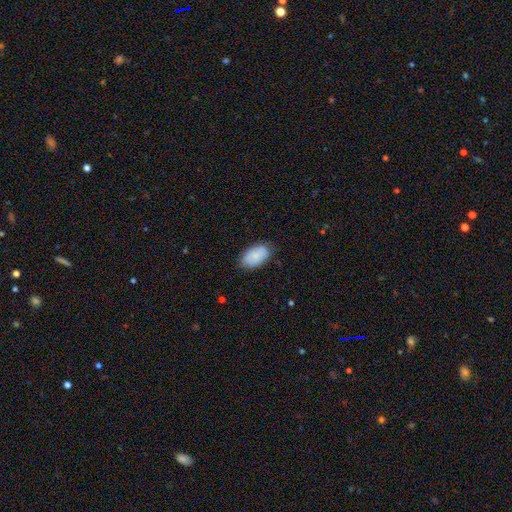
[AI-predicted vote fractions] This is clearly a smooth galaxy (83%). How rounded: clearly in between (94%). Merging: likely none (78%).